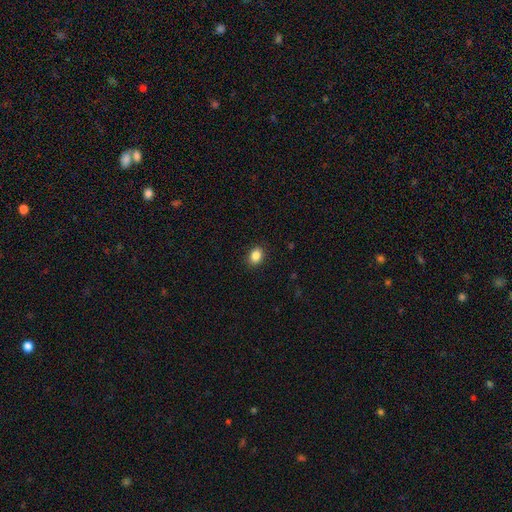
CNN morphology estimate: This is clearly a smooth galaxy (87%). How rounded: likely in between (66%). Merging: clearly none (90%).